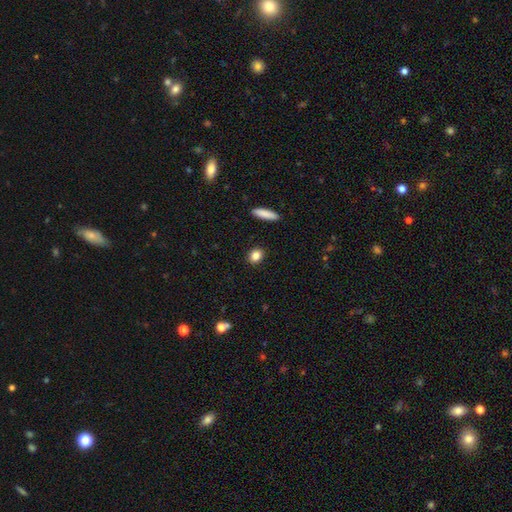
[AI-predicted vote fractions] A smooth galaxy with no disk features (85%) that is round (48%, tied with in between).

Vote fractions:
- Smooth or featured? smooth: 85% / star or artifact: 9% / featured or disk: 6%
- How rounded? round: 48% (tied) / in between: 48% (tied) / cigar-shaped: 4%
- Merging? none: 90% / minor disturbance: 6% / major disturbance: 2% / merger: 1%